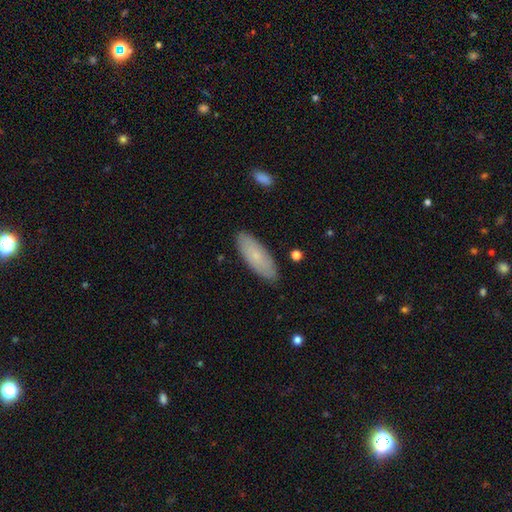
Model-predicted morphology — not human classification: A smooth galaxy with no disk features (71%) that is in between round and cigar-shaped (67%). Merging: none (86%).